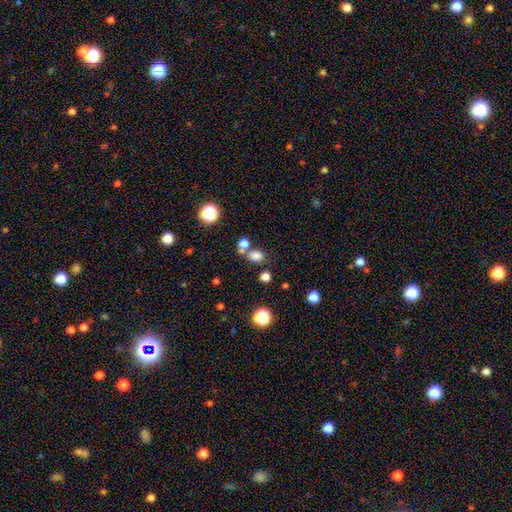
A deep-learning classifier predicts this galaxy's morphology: Smooth or featured? Predicted: smooth (p=0.78). How rounded? Predicted: in between (p=0.51). Merging? Predicted: none (p=0.63).